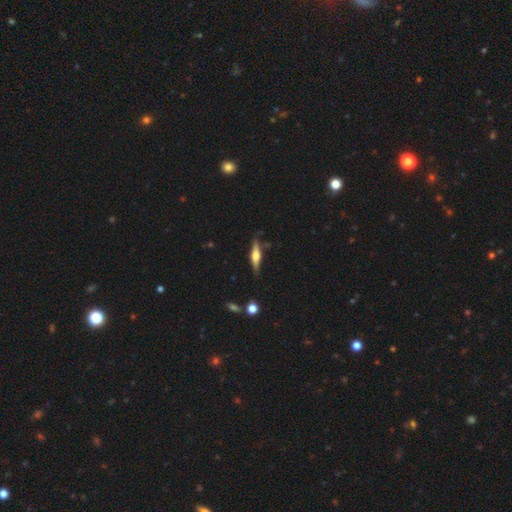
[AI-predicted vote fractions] Morphology: type=featured or disk (61%); edge-on=yes (95%); edge-on bulge=rounded (85%); merging=none (79%).